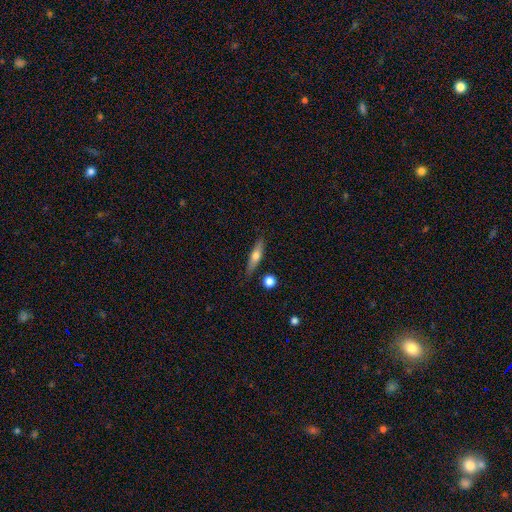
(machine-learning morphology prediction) A smooth galaxy with no disk features (52%) that is cigar-shaped (70%). Merging: none (83%).